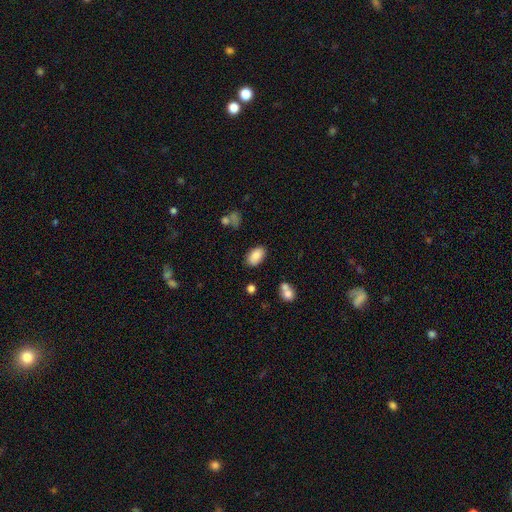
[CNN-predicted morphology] This appears to be a smooth galaxy with no disk features (86%) that is in between round and cigar-shaped (94%). Merging: none (82%).